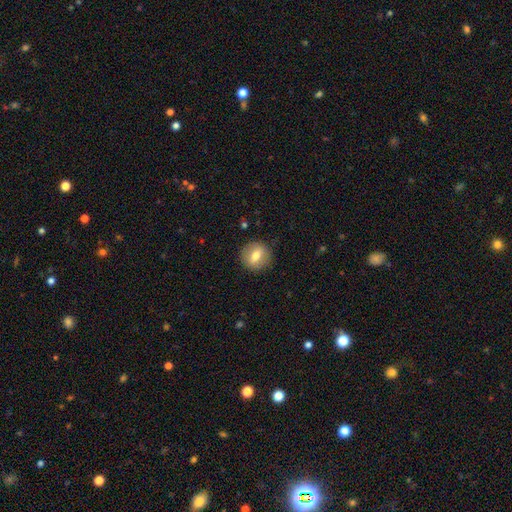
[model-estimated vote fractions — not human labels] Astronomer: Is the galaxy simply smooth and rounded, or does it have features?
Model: smooth — 62%.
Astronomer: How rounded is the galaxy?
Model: round — 85%.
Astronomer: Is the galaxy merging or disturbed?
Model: none — 88%.